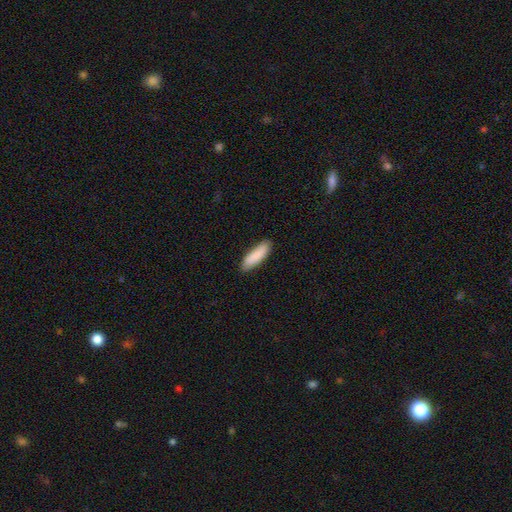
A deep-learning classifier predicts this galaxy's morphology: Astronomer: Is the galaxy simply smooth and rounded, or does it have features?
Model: smooth — 88%.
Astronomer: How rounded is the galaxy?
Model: cigar-shaped — 51% (runner-up: in between, 48%).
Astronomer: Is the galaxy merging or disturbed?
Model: none — 83%.